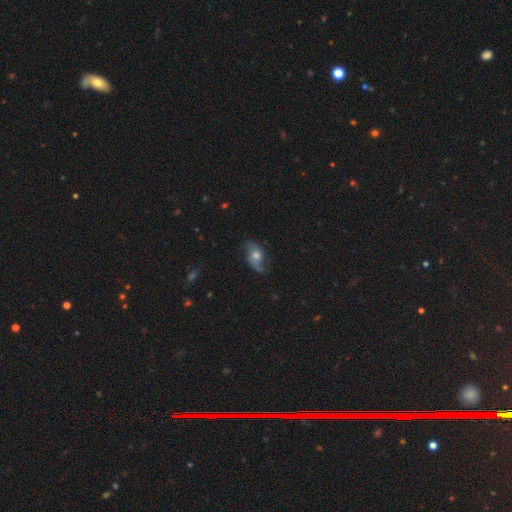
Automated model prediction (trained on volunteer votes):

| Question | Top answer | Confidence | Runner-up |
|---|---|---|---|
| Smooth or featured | featured or disk | 71% | smooth (20%) |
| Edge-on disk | no | 94% | yes (6%) |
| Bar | no | 70% | weak (24%) |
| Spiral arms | yes | 92% | no (8%) |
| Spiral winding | loose | 70% | medium (24%) |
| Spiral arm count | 2 | 89% | can't tell (4%) |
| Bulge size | moderate | 62% | small (25%) |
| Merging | none | 72% | minor disturbance (19%) |